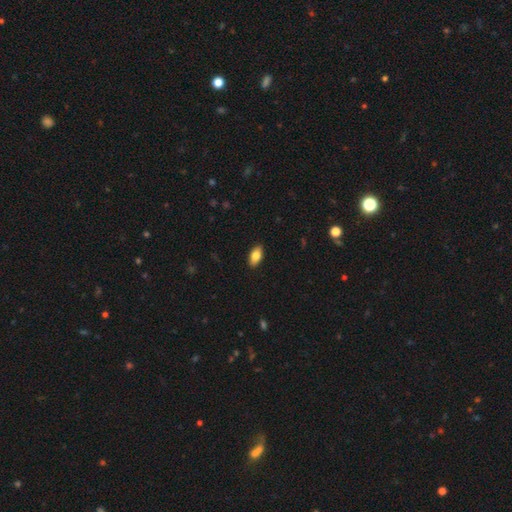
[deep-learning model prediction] Smooth or featured?
  - smooth: 82% *
  - featured or disk: 11%
  - star or artifact: 7%
How rounded?
  - in between: 91% *
  - cigar-shaped: 5%
  - round: 4%
Merging?
  - none: 90% *
  - minor disturbance: 8%
  - major disturbance: 2%
  - merger: 1%